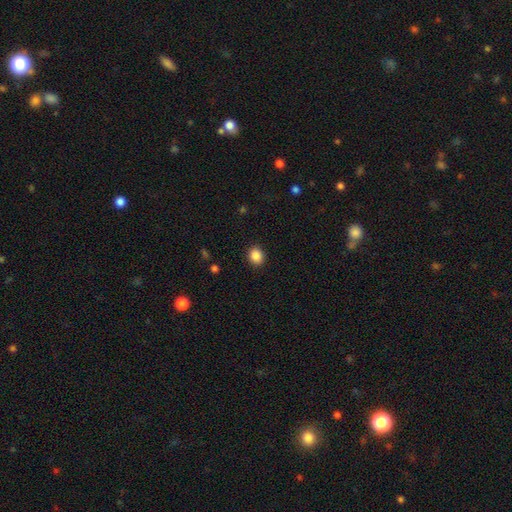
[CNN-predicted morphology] A smooth galaxy with no disk features (87%) that is round (67%). Merging: none (90%).